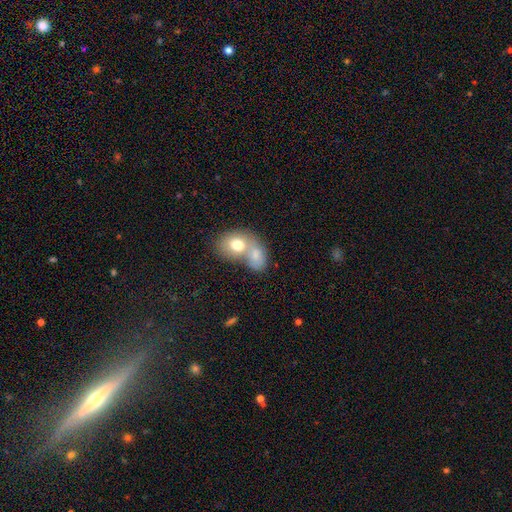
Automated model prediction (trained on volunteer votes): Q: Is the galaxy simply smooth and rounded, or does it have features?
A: smooth — 73%.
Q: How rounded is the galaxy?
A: in between — 63%.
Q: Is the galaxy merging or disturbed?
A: merger — 69%.